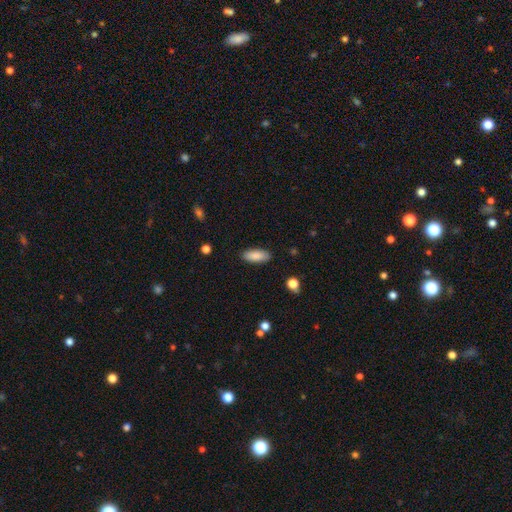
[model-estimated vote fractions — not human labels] smooth-or-featured: smooth: 88% | star or artifact: 6% | featured or disk: 6%
  how-rounded: in between: 81% | cigar-shaped: 17% | round: 2%
  merging: none: 88% | minor disturbance: 9% | major disturbance: 2% | merger: 1%